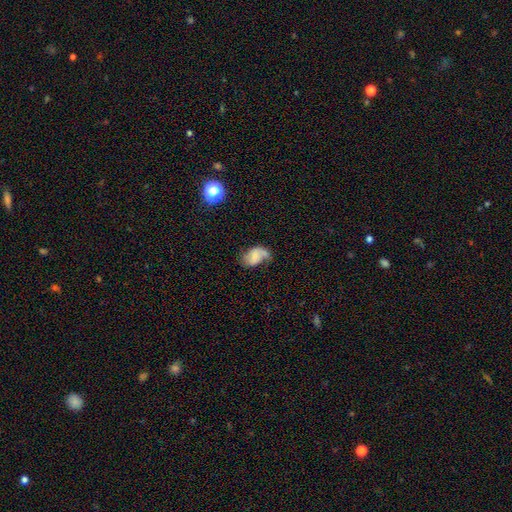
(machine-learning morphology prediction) This is possibly a featured or disk galaxy (46%). Merging: marginally none (38%).